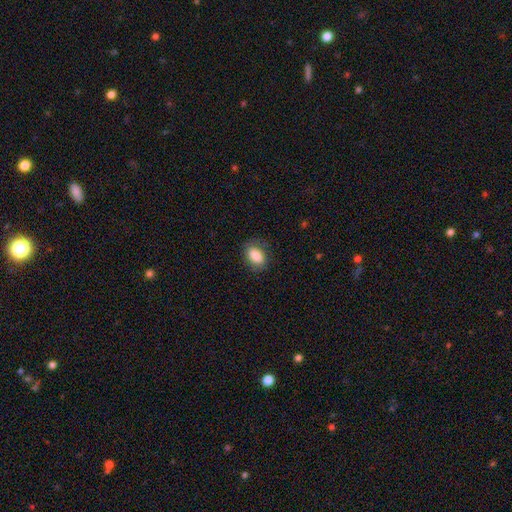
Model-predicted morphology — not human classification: Q: Smooth or featured?
A: smooth (84%); runner-up: featured or disk (8%)
Q: How rounded?
A: in between (84%); runner-up: round (14%)
Q: Merging?
A: none (80%); runner-up: minor disturbance (15%)